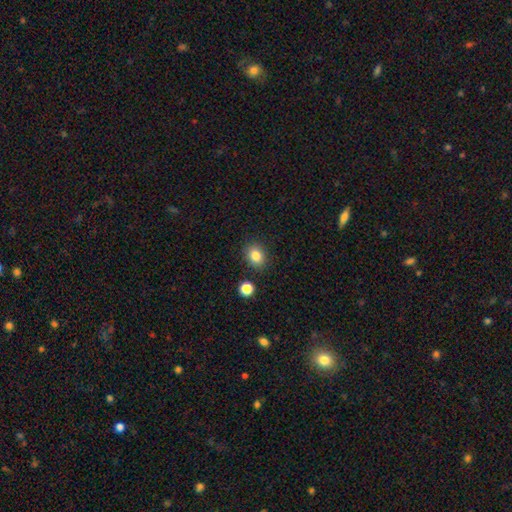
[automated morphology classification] Overall: smooth (84%). How rounded: round (51%; in between 48%). Merging: none (85%).